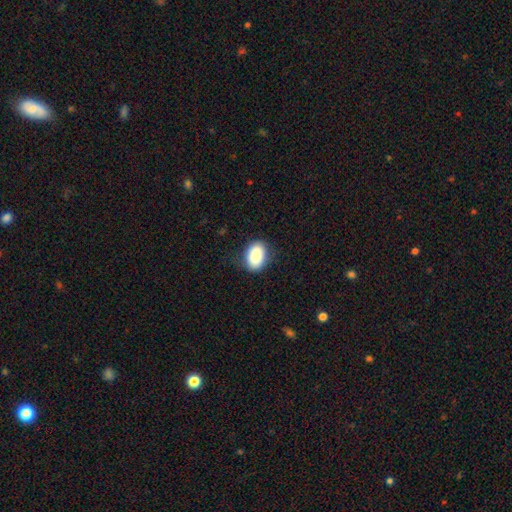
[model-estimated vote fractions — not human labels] smooth_or_featured: smooth (p=0.89) [alt: star or artifact p=0.07]
how_rounded: in between (p=0.87) [alt: round p=0.12]
merging: none (p=0.82) [alt: minor disturbance p=0.13]